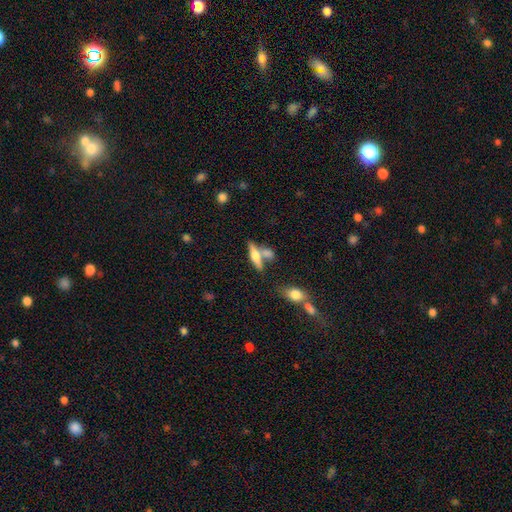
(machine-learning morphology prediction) smooth-or-featured: featured or disk: 48% | smooth: 44% | star or artifact: 8%
  merging: none: 56% | merger: 30% | minor disturbance: 10% | major disturbance: 4%